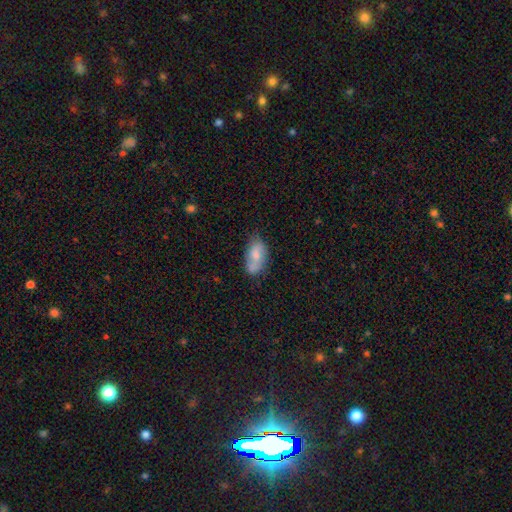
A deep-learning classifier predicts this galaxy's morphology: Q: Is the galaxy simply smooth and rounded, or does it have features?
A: smooth — 68%.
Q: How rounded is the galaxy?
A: in between — 91%.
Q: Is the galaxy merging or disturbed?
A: none — 49%.